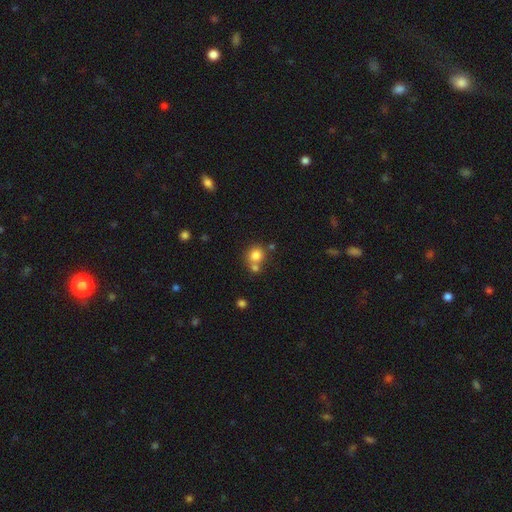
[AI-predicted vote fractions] smooth_or_featured: smooth (p=0.80) [alt: star or artifact p=0.12]
how_rounded: round (p=0.85) [alt: in between p=0.14]
merging: none (p=0.56) [alt: merger p=0.31]